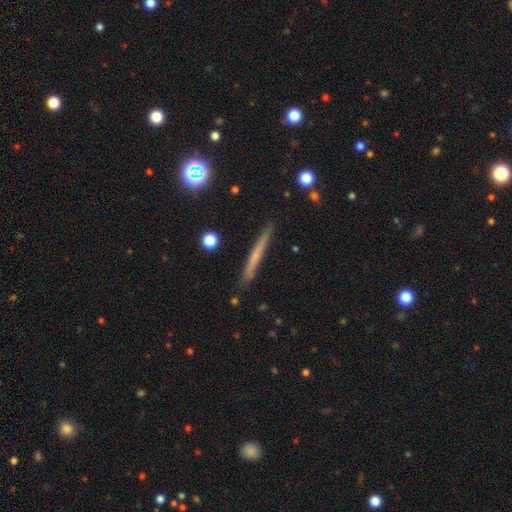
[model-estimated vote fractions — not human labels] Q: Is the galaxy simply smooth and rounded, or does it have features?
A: smooth — 50%.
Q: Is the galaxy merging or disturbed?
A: none — 89%.